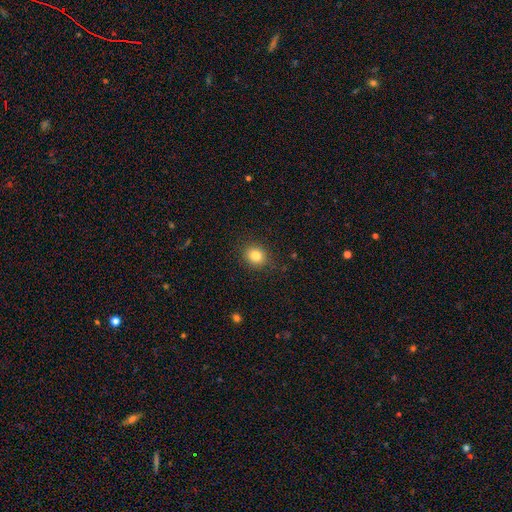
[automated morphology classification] smooth_or_featured: smooth (p=0.82) [alt: star or artifact p=0.11]
how_rounded: round (p=0.71) [alt: in between p=0.28]
merging: none (p=0.87) [alt: minor disturbance p=0.09]